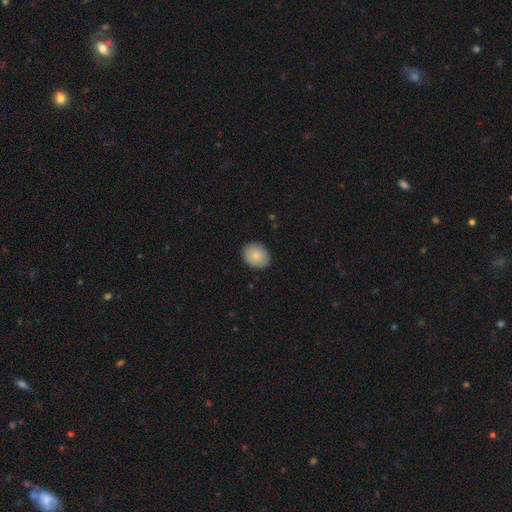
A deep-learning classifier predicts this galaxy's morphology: smooth 86%, star or artifact 7%, featured or disk 7%. Down the decision tree: how rounded — in between (51%); merging — none (88%).